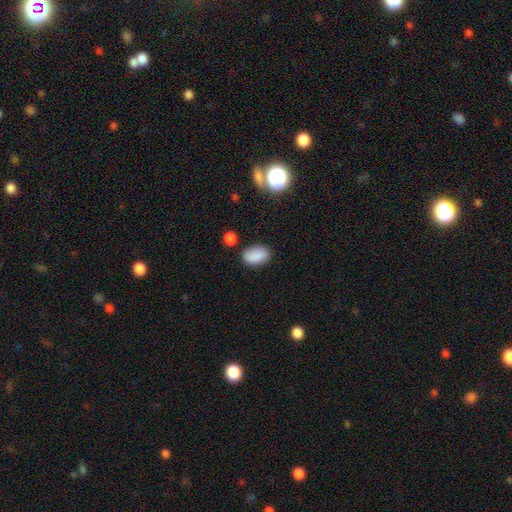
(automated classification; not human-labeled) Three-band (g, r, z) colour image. It shows a smooth galaxy with no disk features (87%) that is in between round and cigar-shaped (90%). Merging: none (79%).